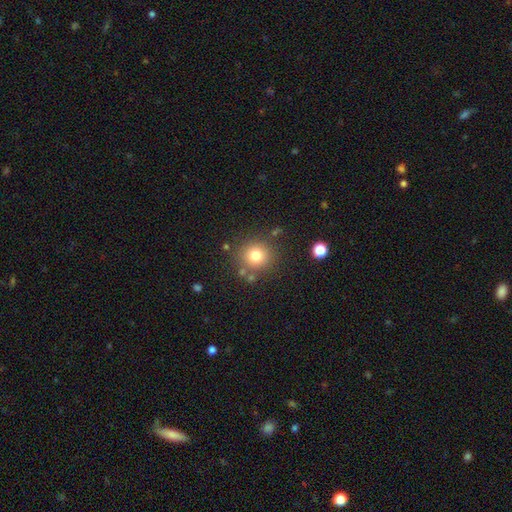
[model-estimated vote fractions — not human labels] smooth_or_featured: smooth (p=0.77) [alt: star or artifact p=0.13]
how_rounded: round (p=0.91) [alt: in between p=0.08]
merging: none (p=0.82) [alt: minor disturbance p=0.09]